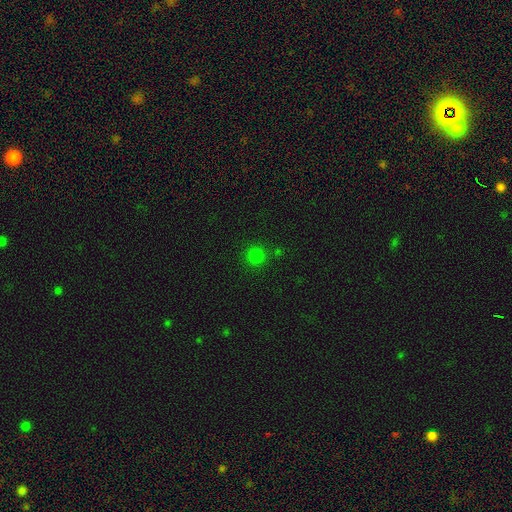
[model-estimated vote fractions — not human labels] Smooth or featured? Predicted: smooth (p=0.78). How rounded? Predicted: round (p=0.93). Merging? Predicted: none (p=0.86).